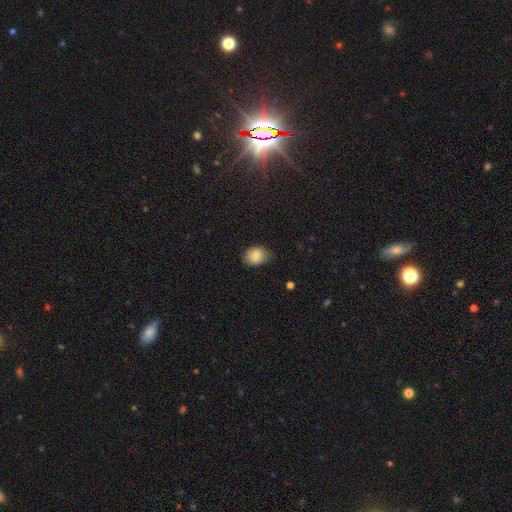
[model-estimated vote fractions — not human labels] A smooth galaxy with no disk features (83%) that is in between round and cigar-shaped (55%). Merging: none (71%).